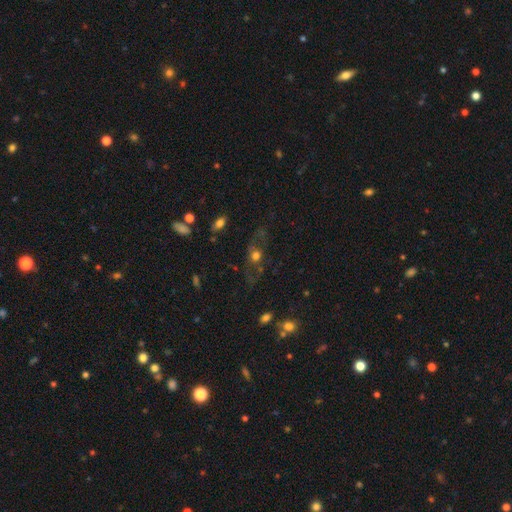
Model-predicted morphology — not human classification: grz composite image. It shows a smooth galaxy with no disk features (42%). Merging: none (59%).